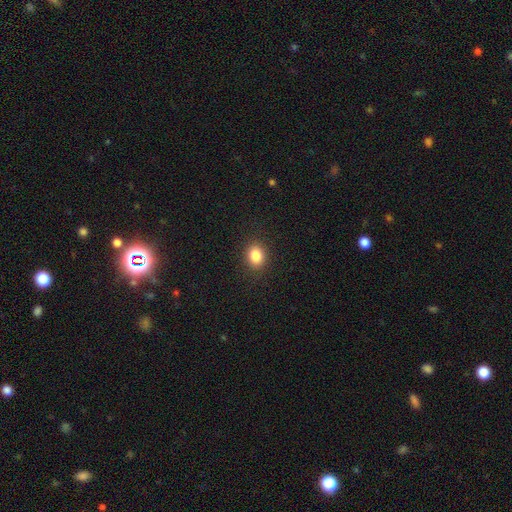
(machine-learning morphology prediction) Smooth or featured?
  - smooth: 85% *
  - star or artifact: 10%
  - featured or disk: 5%
How rounded?
  - in between: 55% *
  - round: 44%
  - cigar-shaped: 1%
Merging?
  - none: 89% *
  - minor disturbance: 8%
  - major disturbance: 2%
  - merger: 1%